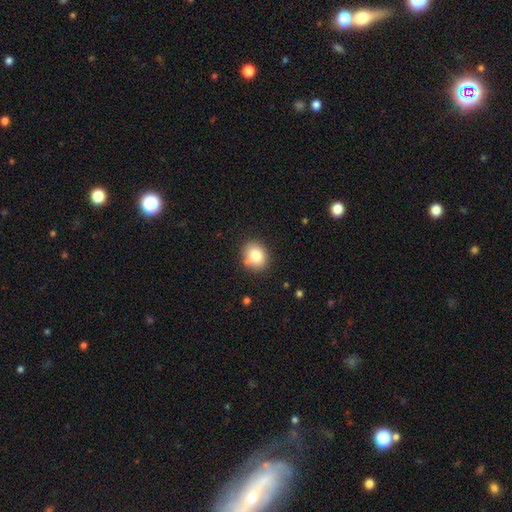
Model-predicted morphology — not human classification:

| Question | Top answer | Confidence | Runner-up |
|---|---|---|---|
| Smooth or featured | smooth | 81% | star or artifact (10%) |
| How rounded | round | 57% | in between (42%) |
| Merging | none | 81% | minor disturbance (12%) |